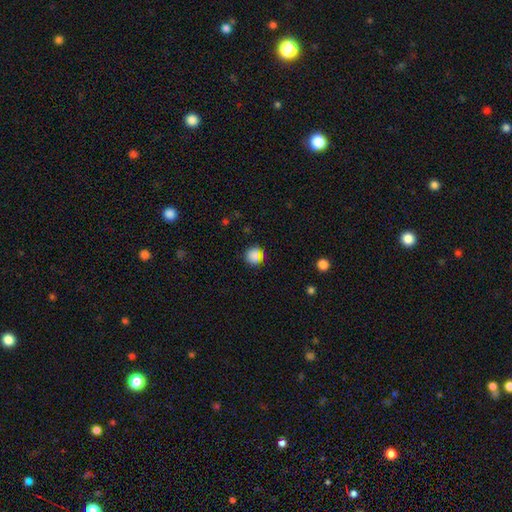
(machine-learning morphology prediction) Smooth or featured?
  - smooth: 80% *
  - star or artifact: 15%
  - featured or disk: 5%
How rounded?
  - round: 89% *
  - in between: 10%
  - cigar-shaped: 1%
Merging?
  - none: 83% *
  - minor disturbance: 12%
  - major disturbance: 3%
  - merger: 2%